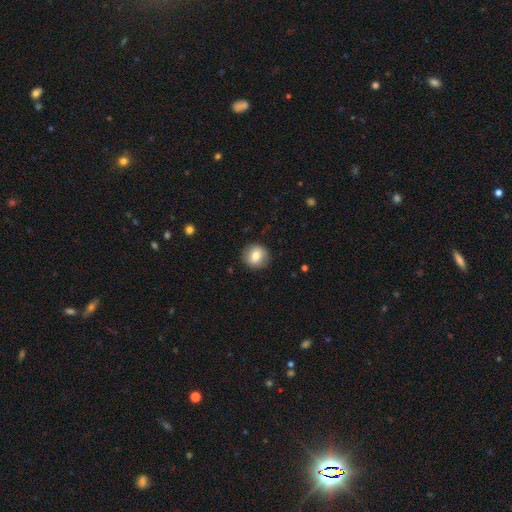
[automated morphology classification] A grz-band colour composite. It shows a smooth galaxy with no disk features (77%) that is round (89%). Merging: none (88%).